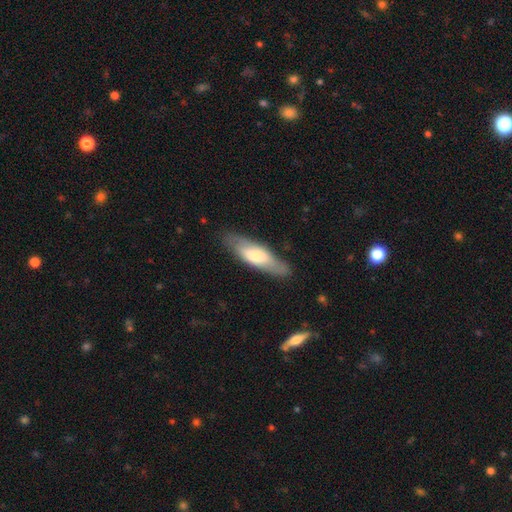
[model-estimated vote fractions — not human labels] A smooth galaxy with no disk features (56%) that is in between round and cigar-shaped (50%). Merging: none (81%).